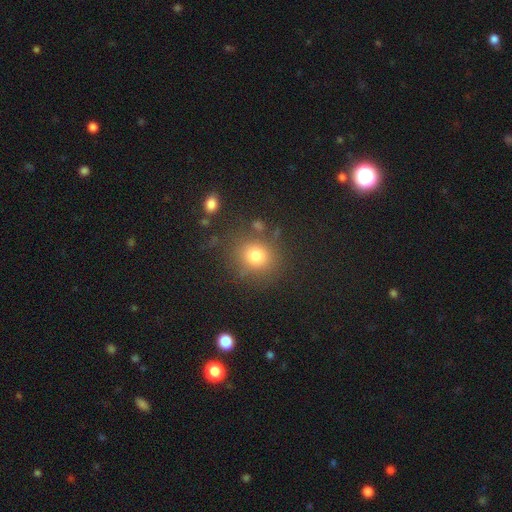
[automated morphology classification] type=smooth (78%); roundness=round (81%); merging=none (80%).